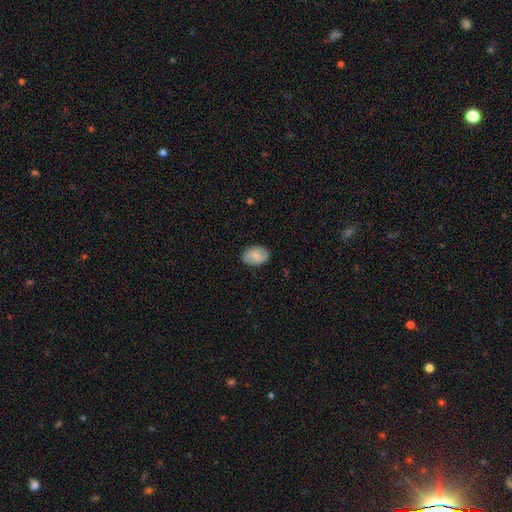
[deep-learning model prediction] A smooth galaxy with no disk features (71%) that is in between round and cigar-shaped (79%). Merging: none (81%).